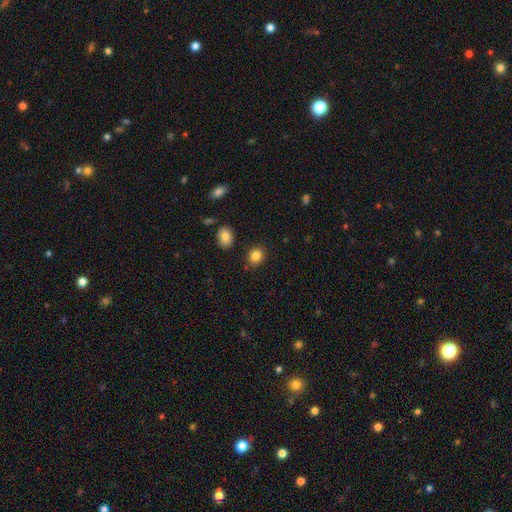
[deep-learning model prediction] Q: Smooth or featured?
A: smooth (84%); runner-up: star or artifact (10%)
Q: How rounded?
A: round (54%); runner-up: in between (45%)
Q: Merging?
A: none (86%); runner-up: minor disturbance (9%)